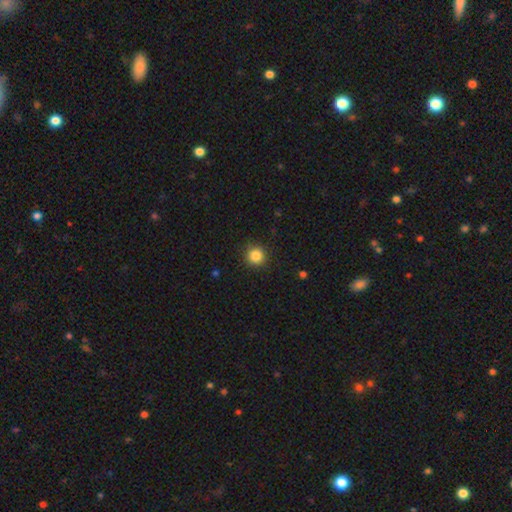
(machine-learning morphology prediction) Smooth or featured?
  - smooth: 85% *
  - star or artifact: 11%
  - featured or disk: 4%
How rounded?
  - round: 95% *
  - in between: 4%
  - cigar-shaped: 1%
Merging?
  - none: 91% *
  - minor disturbance: 6%
  - major disturbance: 2%
  - merger: 1%